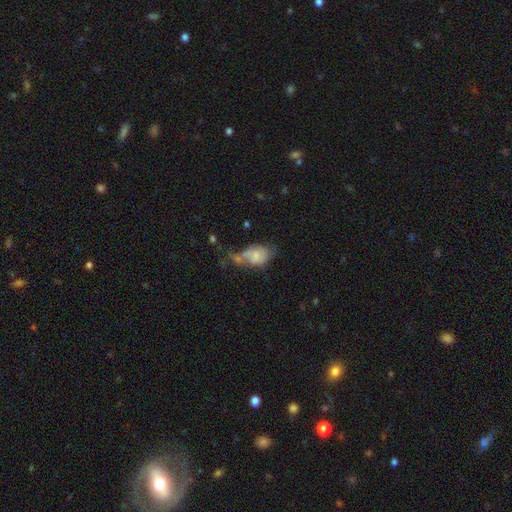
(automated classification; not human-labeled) Morphology: type=smooth (54%); roundness=in between (82%); merging=merger (29%).